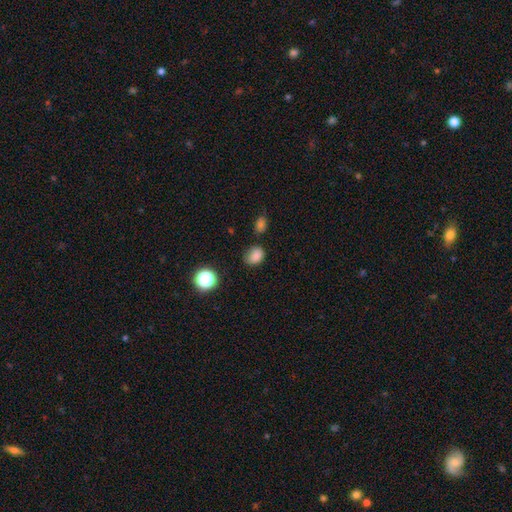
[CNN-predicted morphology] type=smooth (82%); roundness=in between (57%); merging=none (66%).